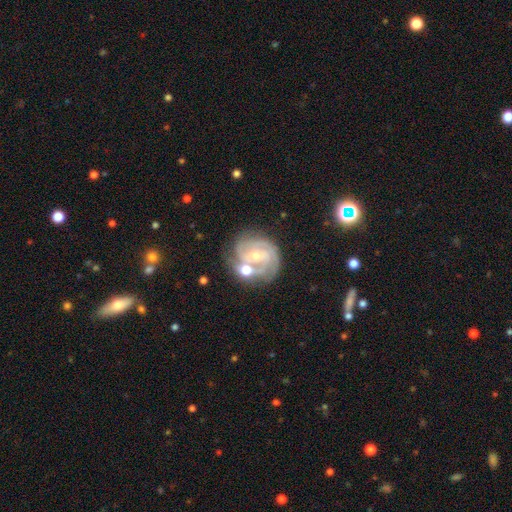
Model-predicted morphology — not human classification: A featured or disk galaxy (83%) with no bar (49%), 3 (40%) tight (60%) spiral arms (94%) and a small central bulge (57%).

Vote fractions:
- Smooth or featured? featured or disk: 83% / smooth: 11% / star or artifact: 7%
- Edge-on disk? no: 98% / yes: 2%
- Bar? no: 49% / weak: 38% / strong: 13%
- Spiral arms? yes: 94% / no: 6%
- Spiral winding? tight: 60% / medium: 32% / loose: 7%
- Spiral arm count? 3: 40% / 2: 22% / can't tell: 19% / 4: 11% / 1: 4% / more than 4: 4%
- Bulge size? small: 57% / moderate: 38% / none: 2% / large: 2% / dominant: 1%
- Merging? none: 58% / merger: 18% / minor disturbance: 17% / major disturbance: 7%